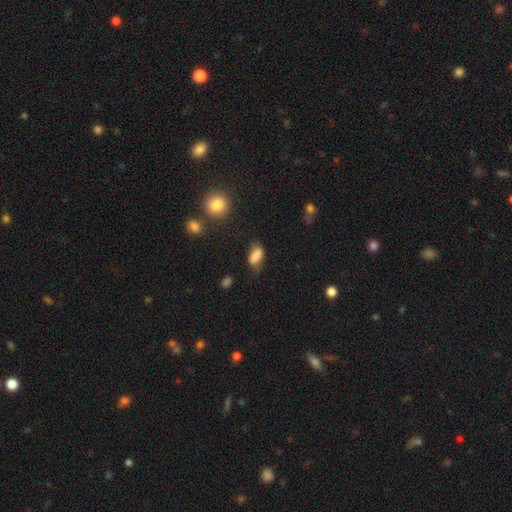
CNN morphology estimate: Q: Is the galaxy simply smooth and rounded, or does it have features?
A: smooth — 80%.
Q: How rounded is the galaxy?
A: in between — 87%.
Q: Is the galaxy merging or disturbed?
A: none — 49%.